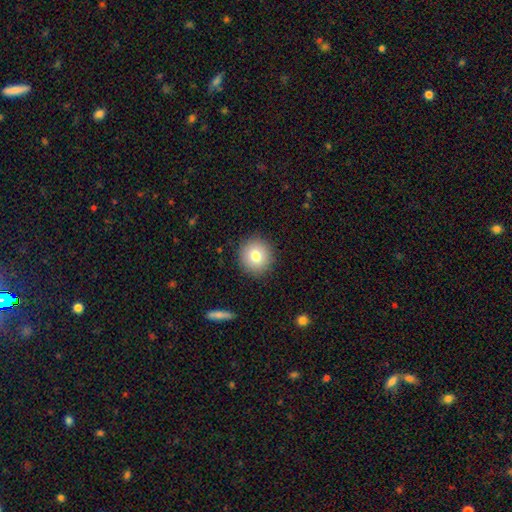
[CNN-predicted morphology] Overall: smooth (79%). How rounded: round (92%). Merging: none (90%).